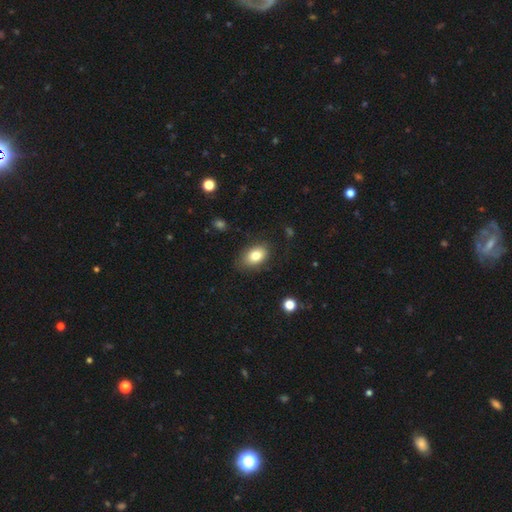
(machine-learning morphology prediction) smooth 82%, featured or disk 10%, star or artifact 8%. Down the decision tree: how rounded — in between (87%); merging — none (80%).